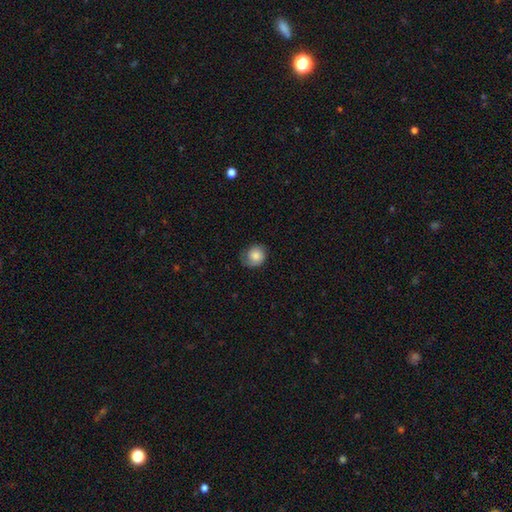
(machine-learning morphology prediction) smooth_or_featured: smooth (p=0.78) [alt: featured or disk p=0.14]
how_rounded: round (p=0.71) [alt: in between p=0.28]
merging: none (p=0.58) [alt: minor disturbance p=0.29]